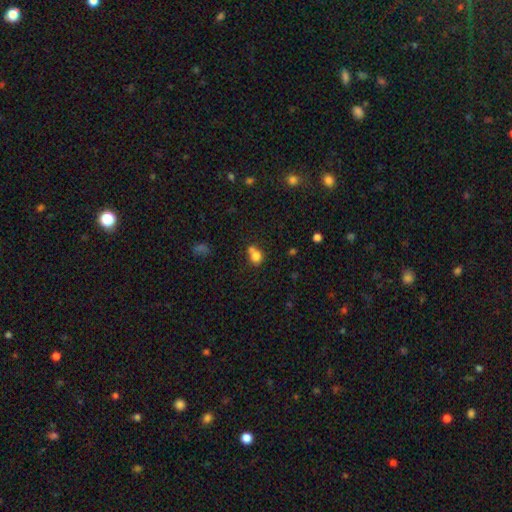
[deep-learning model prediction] smooth-or-featured: smooth: 77% | star or artifact: 12% | featured or disk: 11%
  how-rounded: round: 67% | in between: 32% | cigar-shaped: 1%
  merging: merger: 46% | none: 37% | minor disturbance: 11% | major disturbance: 5%